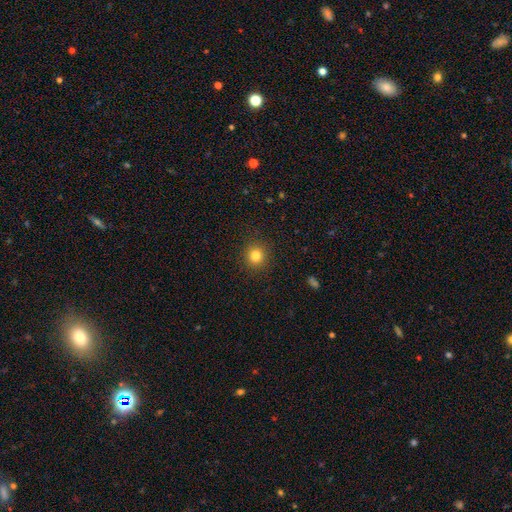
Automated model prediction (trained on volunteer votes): This appears to be a smooth galaxy with no disk features (81%) that is round (92%). Merging: none (91%).